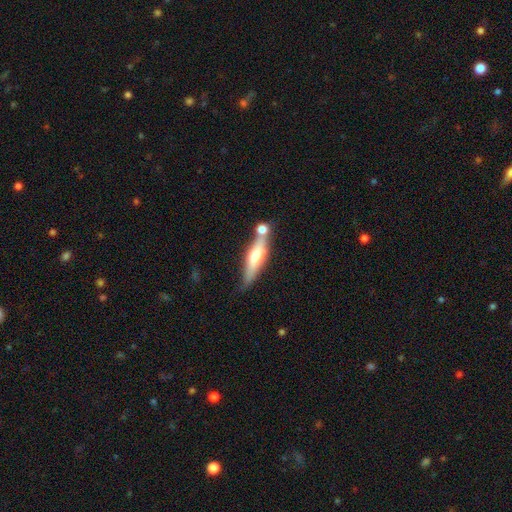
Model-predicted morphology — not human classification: Q: Smooth or featured?
A: smooth (47%); tied with: featured or disk (47%)
Q: Merging?
A: none (57%); runner-up: merger (21%)